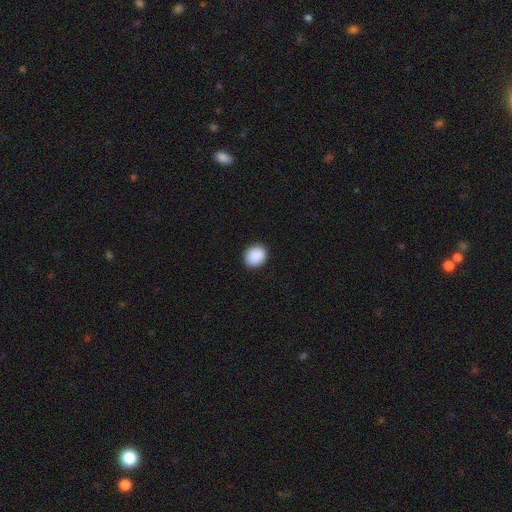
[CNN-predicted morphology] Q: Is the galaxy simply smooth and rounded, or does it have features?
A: smooth — 90%.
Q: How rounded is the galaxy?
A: round — 61%.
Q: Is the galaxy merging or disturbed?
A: none — 91%.